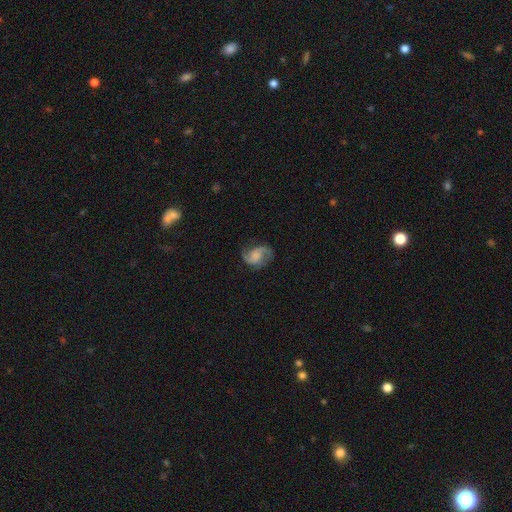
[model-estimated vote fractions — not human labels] Smooth or featured? featured or disk (81%)
Edge-on disk? no (98%)
Bar? no (56%)
Spiral arms? yes (96%)
Spiral winding? medium (47%)
Spiral arm count? 2 (91%)
Bulge size? none (41%)
Merging? none (76%)